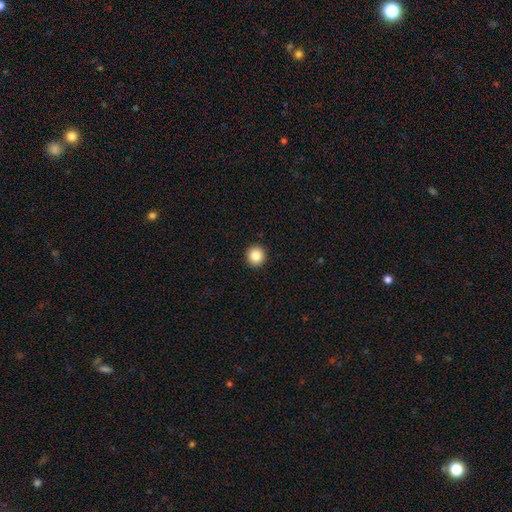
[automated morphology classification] type=smooth (85%); roundness=round (95%); merging=none (94%).